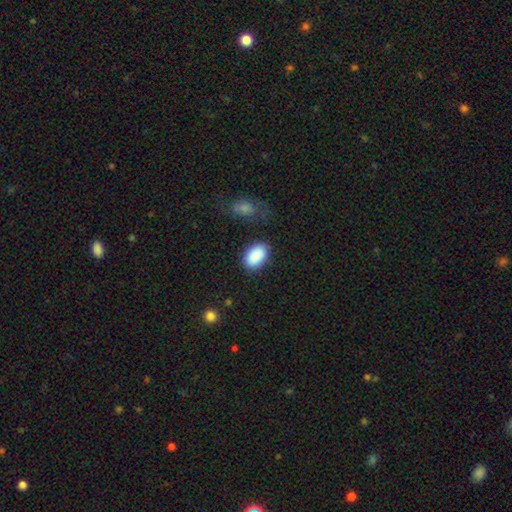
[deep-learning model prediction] Smooth or featured: smooth — 90% (star or artifact — 7%)
How rounded: in between — 91% (round — 7%)
Merging: none — 82% (minor disturbance — 12%)